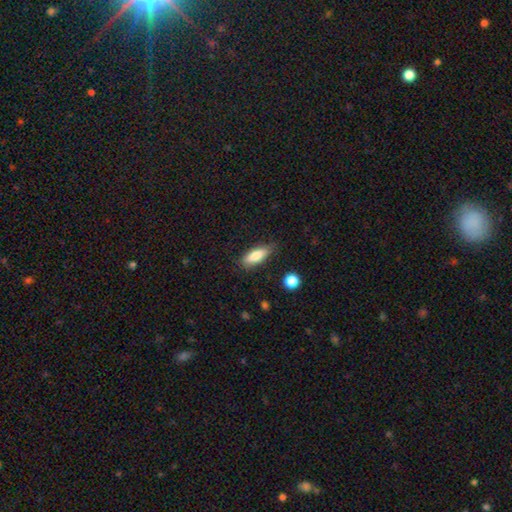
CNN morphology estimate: Smooth or featured? smooth (83%)
How rounded? in between (68%)
Merging? none (75%)